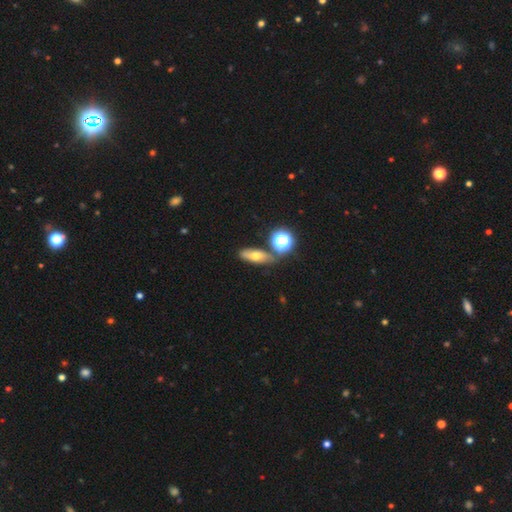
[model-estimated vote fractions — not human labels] smooth-or-featured: smooth: 57% | featured or disk: 27% | star or artifact: 16%
  how-rounded: in between: 57% | cigar-shaped: 28% | round: 15%
  merging: none: 73% | minor disturbance: 13% | merger: 10% | major disturbance: 4%